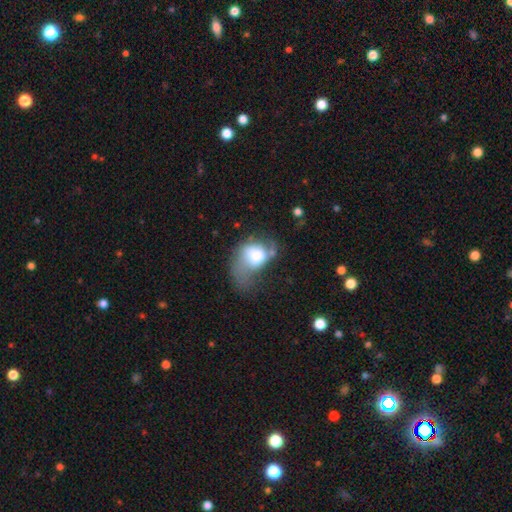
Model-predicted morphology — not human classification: A smooth galaxy with no disk features (59%) that is in between round and cigar-shaped (70%). Merging: major disturbance (52%).